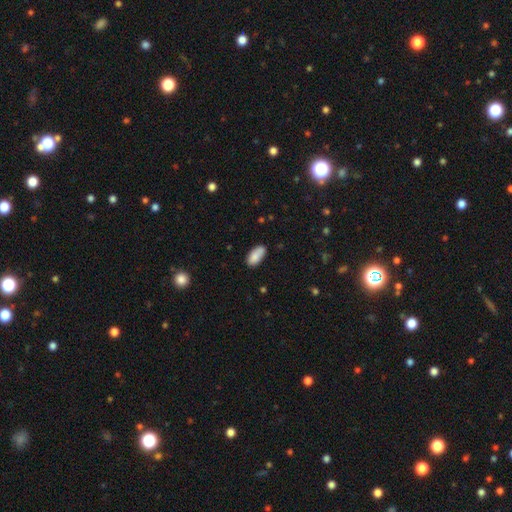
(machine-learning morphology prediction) The model was most divided on "merging": none: 73%, minor disturbance: 20%, major disturbance: 4%, merger: 3%. More confident: how rounded — in between (92%); smooth or featured — smooth (86%).